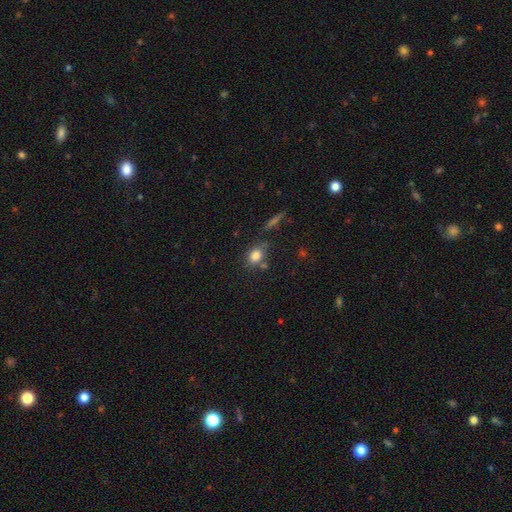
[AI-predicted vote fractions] A smooth galaxy with no disk features (81%) that is in between round and cigar-shaped (57%).

Vote fractions:
- Smooth or featured? smooth: 81% / star or artifact: 11% / featured or disk: 8%
- How rounded? in between: 57% / round: 41% / cigar-shaped: 3%
- Merging? none: 65% / minor disturbance: 17% / merger: 12% / major disturbance: 6%